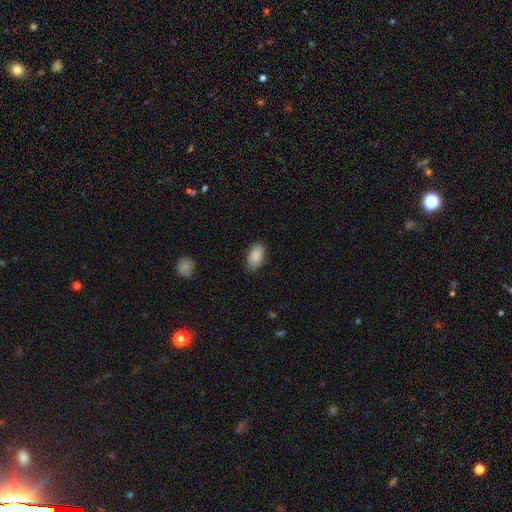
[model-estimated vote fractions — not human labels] Morphology: type=smooth (88%); roundness=in between (94%); merging=none (84%).